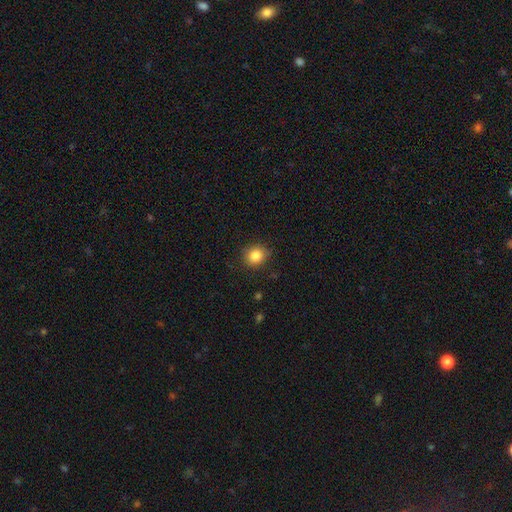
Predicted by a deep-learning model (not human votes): This is clearly a smooth galaxy (84%). How rounded: clearly round (82%). Merging: clearly none (87%).